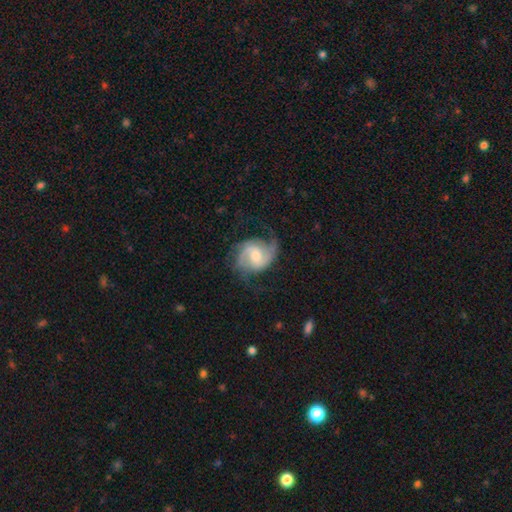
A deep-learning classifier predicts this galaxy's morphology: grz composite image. It shows a featured or disk galaxy (84%) with a weak bar (48%), 2 (83%) medium (51%) spiral arms (97%) and a moderate central bulge (51%). Merging: none (67%).